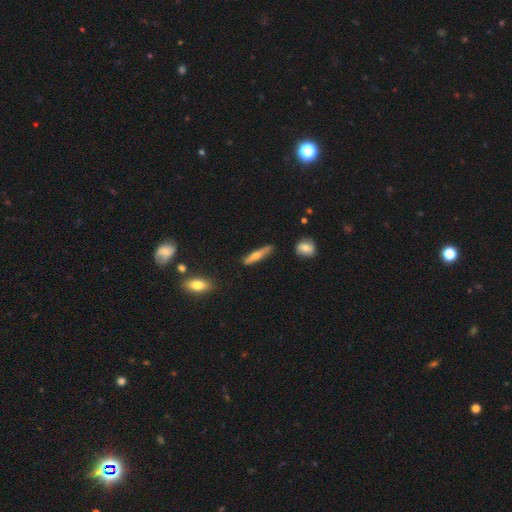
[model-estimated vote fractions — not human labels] This is possibly a smooth galaxy (47%). Merging: clearly none (84%).